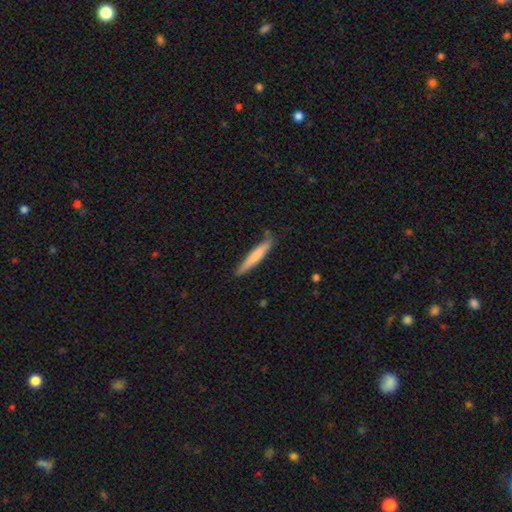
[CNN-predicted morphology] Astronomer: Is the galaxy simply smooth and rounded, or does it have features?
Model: smooth — 68%.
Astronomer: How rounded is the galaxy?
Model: cigar-shaped — 94%.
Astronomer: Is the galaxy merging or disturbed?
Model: none — 82%.